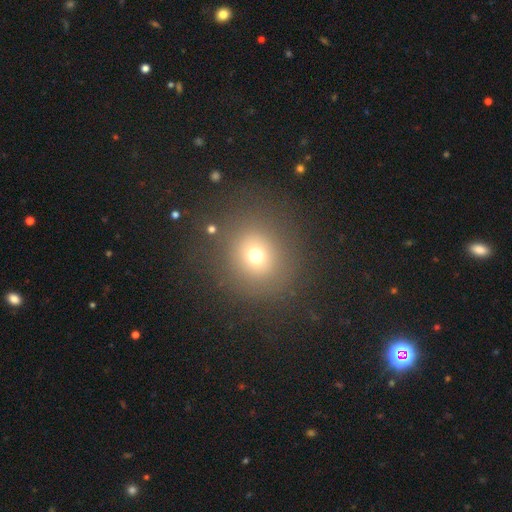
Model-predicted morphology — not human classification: Smooth or featured: smooth — 69% (star or artifact — 20%)
How rounded: round — 85% (in between — 14%)
Merging: none — 81% (minor disturbance — 9%)